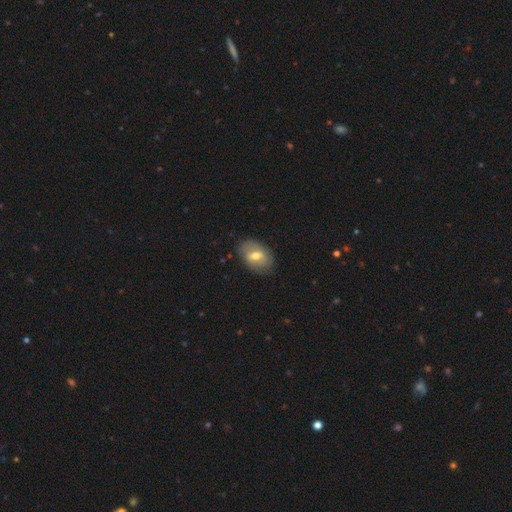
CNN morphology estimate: Smooth or featured: smooth — 50% (featured or disk — 43%)
Merging: none — 77% (minor disturbance — 17%)